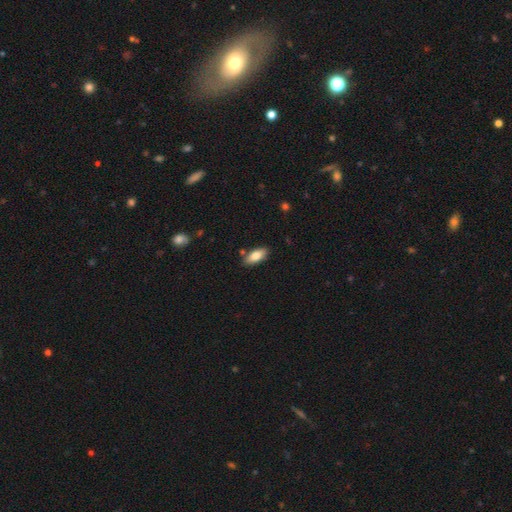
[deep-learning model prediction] This is likely a smooth galaxy (79%). How rounded: clearly in between (84%). Merging: clearly none (83%).